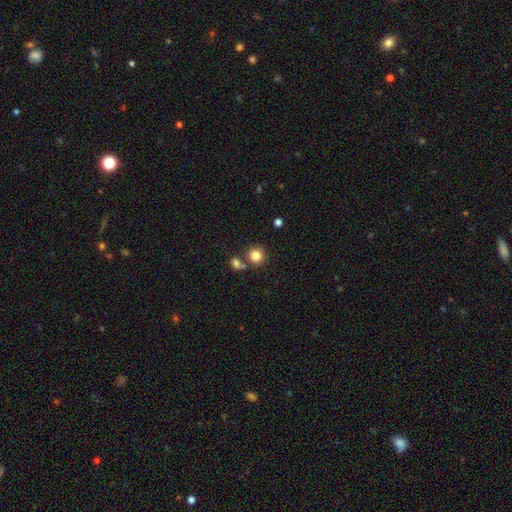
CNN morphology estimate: Smooth or featured?
  - smooth: 83% *
  - star or artifact: 11%
  - featured or disk: 6%
How rounded?
  - round: 91% *
  - in between: 8%
  - cigar-shaped: 1%
Merging?
  - none: 71% *
  - merger: 18%
  - minor disturbance: 8%
  - major disturbance: 3%